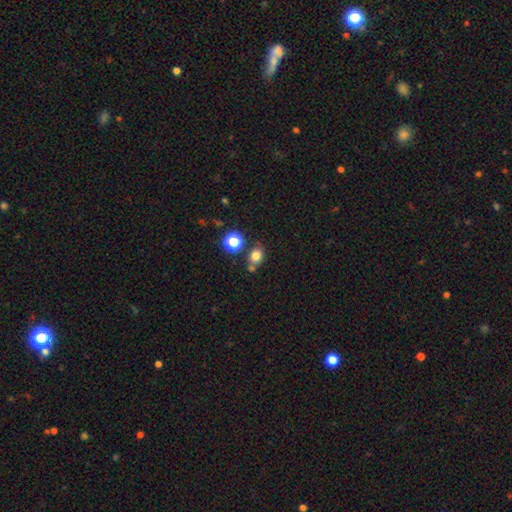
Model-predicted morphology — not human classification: Q: Smooth or featured?
A: smooth (78%); runner-up: star or artifact (15%)
Q: How rounded?
A: round (55%); runner-up: in between (44%)
Q: Merging?
A: none (65%); runner-up: merger (17%)